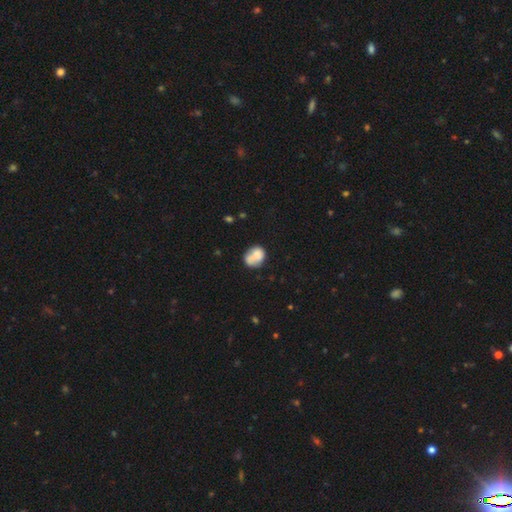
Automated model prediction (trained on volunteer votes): Overall: smooth (67%). How rounded: round (55%; in between 44%). Merging: none (38%; merger 30%).